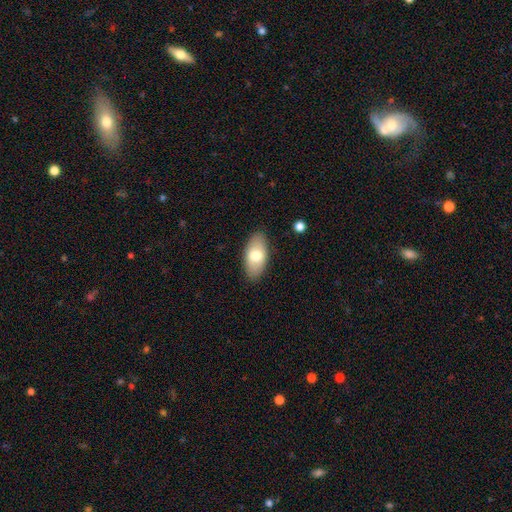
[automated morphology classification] Overall: smooth (73%). How rounded: in between (93%). Merging: none (86%).